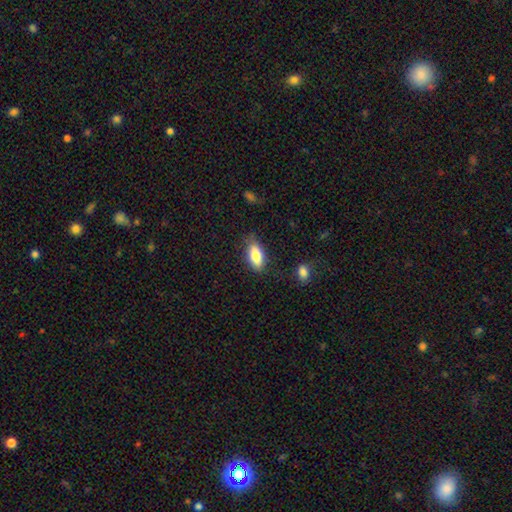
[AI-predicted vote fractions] A smooth galaxy with no disk features (80%) that is in between round and cigar-shaped (85%).

Vote fractions:
- Smooth or featured? smooth: 80% / featured or disk: 13% / star or artifact: 7%
- How rounded? in between: 85% / cigar-shaped: 12% / round: 3%
- Merging? none: 79% / minor disturbance: 16% / major disturbance: 4% / merger: 2%